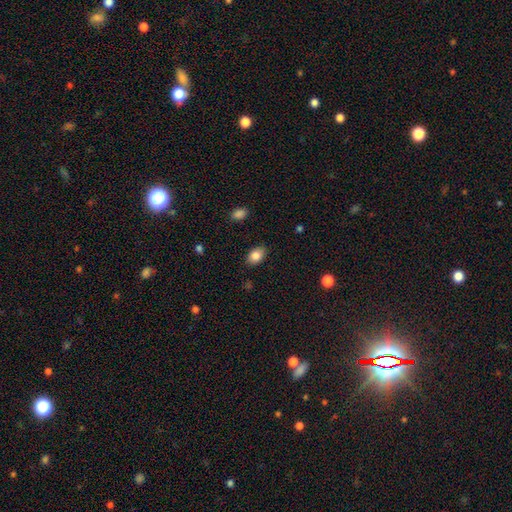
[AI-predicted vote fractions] A smooth galaxy with no disk features (84%) that is in between round and cigar-shaped (85%). Merging: none (85%).